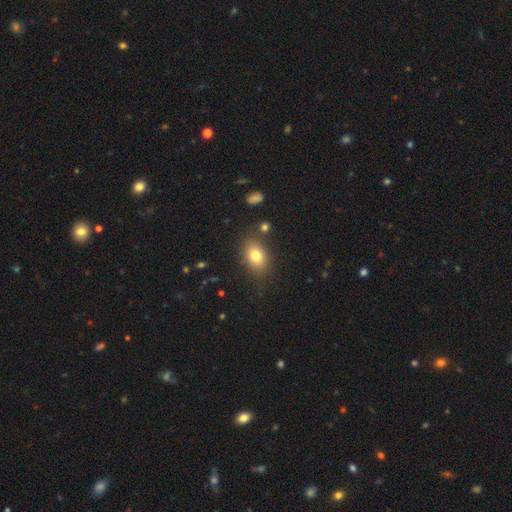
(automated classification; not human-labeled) smooth-or-featured: smooth: 77% | featured or disk: 12% | star or artifact: 11%
  how-rounded: in between: 74% | round: 25% | cigar-shaped: 1%
  merging: none: 78% | minor disturbance: 14% | major disturbance: 5% | merger: 4%